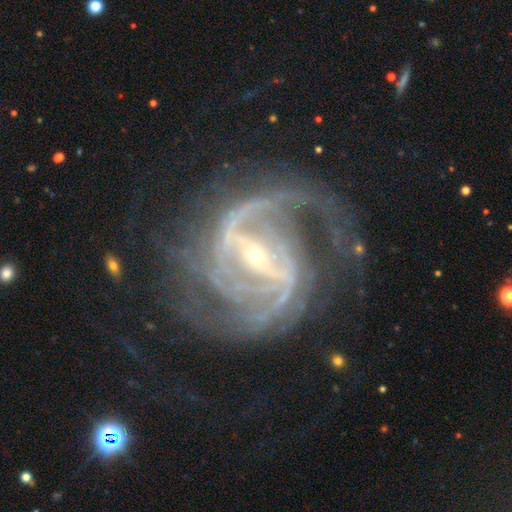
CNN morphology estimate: The model was most divided on "spiral winding": medium: 52%, tight: 28%, loose: 20%. More confident: spiral arms — yes (98%); edge-on disk — no (97%); smooth or featured — featured or disk (92%); bulge size — small (78%); bar — strong (66%); merging — none (60%); spiral arm count — 2 (53%).